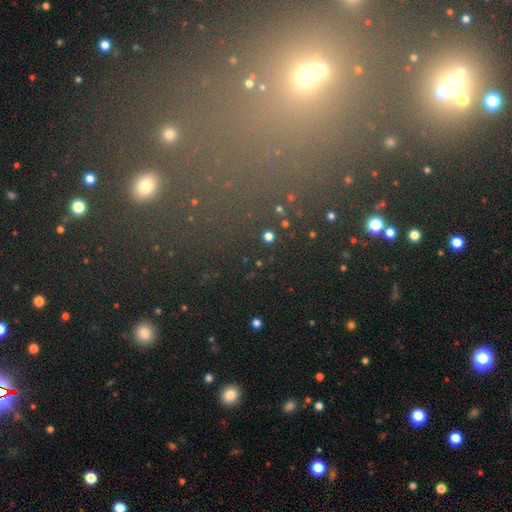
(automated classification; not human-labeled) This is likely a star or artifact rather than a galaxy (68%).